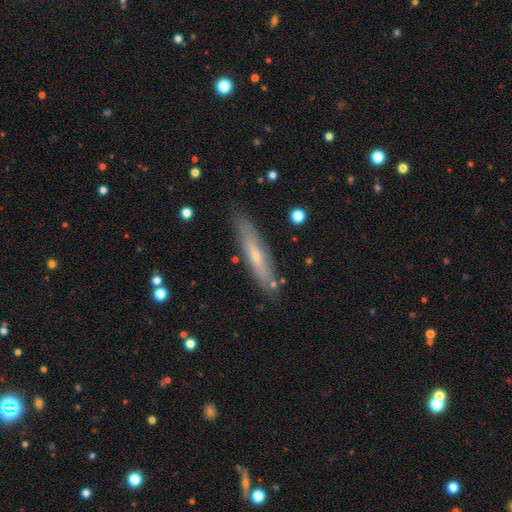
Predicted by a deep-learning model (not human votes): Smooth or featured?
  - featured or disk: 47% *
  - smooth: 45%
  - star or artifact: 7%
Merging?
  - none: 84% *
  - minor disturbance: 12%
  - merger: 2%
  - major disturbance: 2%